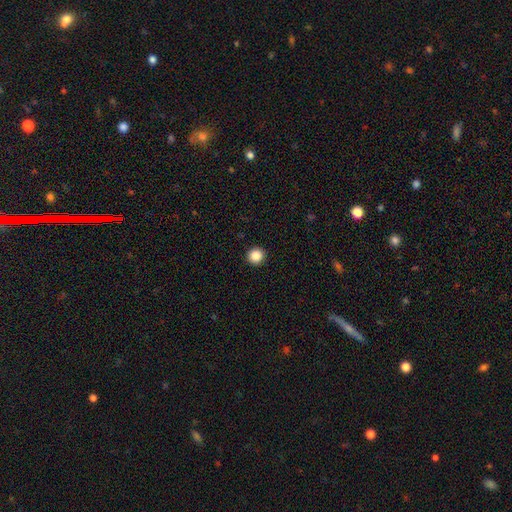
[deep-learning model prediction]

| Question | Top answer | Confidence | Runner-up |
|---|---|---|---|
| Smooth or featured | smooth | 87% | star or artifact (10%) |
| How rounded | round | 95% | in between (4%) |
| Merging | none | 93% | minor disturbance (4%) |